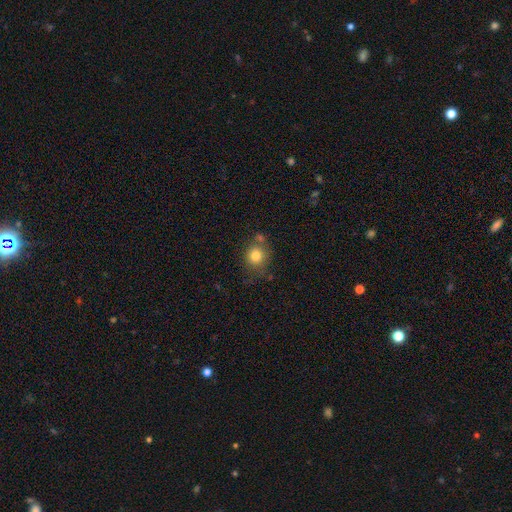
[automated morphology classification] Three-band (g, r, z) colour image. It shows a smooth galaxy with no disk features (81%) that is round (80%). Merging: none (64%).